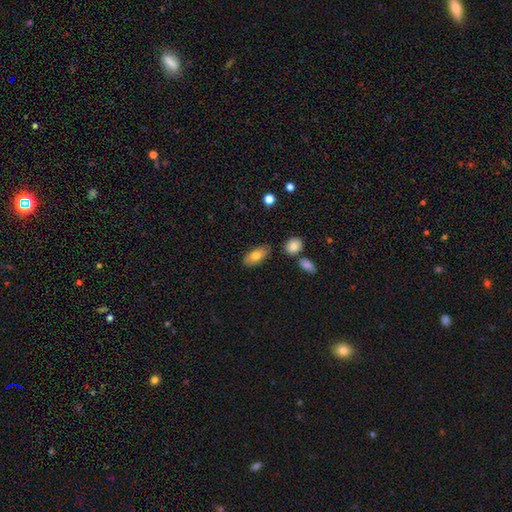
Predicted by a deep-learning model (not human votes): Smooth or featured?
  - smooth: 76% *
  - featured or disk: 16%
  - star or artifact: 7%
How rounded?
  - in between: 88% *
  - cigar-shaped: 8%
  - round: 4%
Merging?
  - none: 79% *
  - minor disturbance: 14%
  - merger: 4%
  - major disturbance: 3%